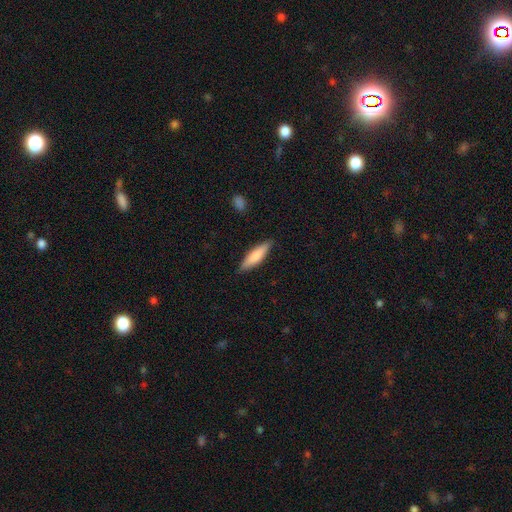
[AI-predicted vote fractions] Overall: smooth (71%). How rounded: cigar-shaped (69%; in between 29%). Merging: none (87%).